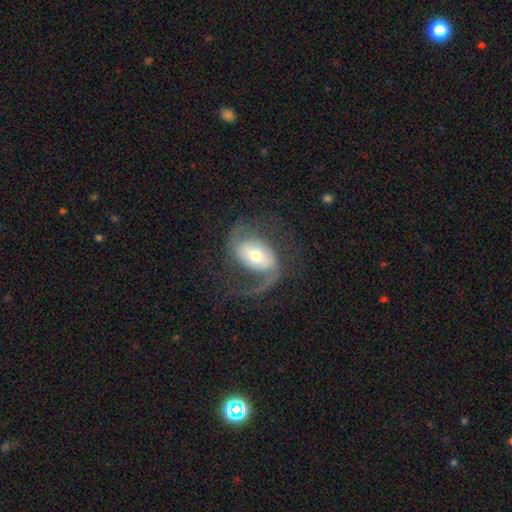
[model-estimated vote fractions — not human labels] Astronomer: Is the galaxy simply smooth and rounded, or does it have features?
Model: featured or disk — 84%.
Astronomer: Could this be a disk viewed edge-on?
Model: no — 97%.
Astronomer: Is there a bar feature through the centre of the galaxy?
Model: weak — 38% (runner-up: no, 35%).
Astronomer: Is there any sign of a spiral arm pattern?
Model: yes — 95%.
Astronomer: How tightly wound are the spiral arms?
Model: loose — 51% (runner-up: medium, 39%).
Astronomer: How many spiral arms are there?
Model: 2 — 82%.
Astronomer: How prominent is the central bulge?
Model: moderate — 60%.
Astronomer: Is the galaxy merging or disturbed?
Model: none — 62%.